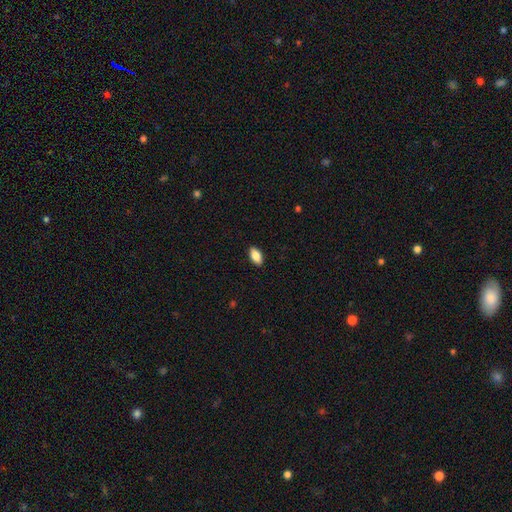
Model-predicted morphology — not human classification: smooth_or_featured: smooth (p=0.86) [alt: star or artifact p=0.07]
how_rounded: in between (p=0.92) [alt: cigar-shaped p=0.05]
merging: none (p=0.89) [alt: minor disturbance p=0.08]